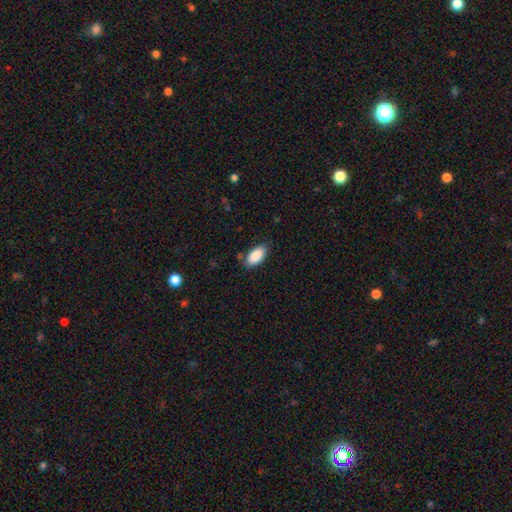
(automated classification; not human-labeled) This is clearly a smooth galaxy (88%). How rounded: clearly in between (94%). Merging: likely none (79%).